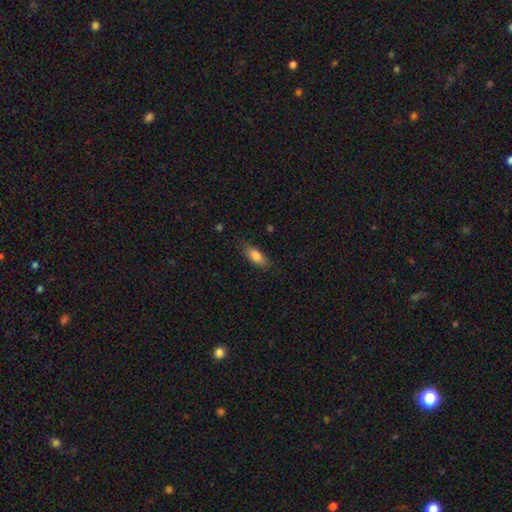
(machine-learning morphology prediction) Smooth or featured? Predicted: smooth (p=0.80). How rounded? Predicted: in between (p=0.75). Merging? Predicted: none (p=0.81).